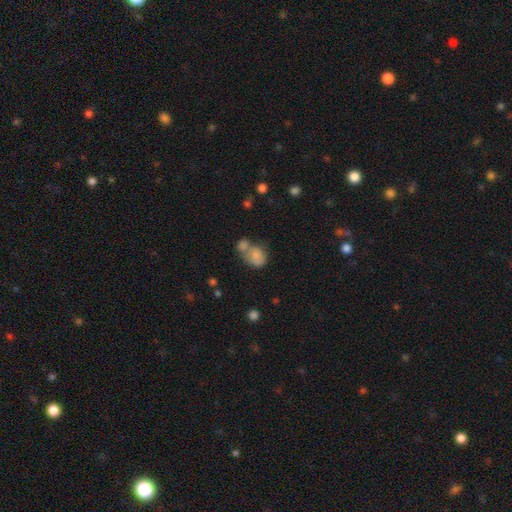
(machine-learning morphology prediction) type=smooth (78%); roundness=in between (56%); merging=merger (57%).